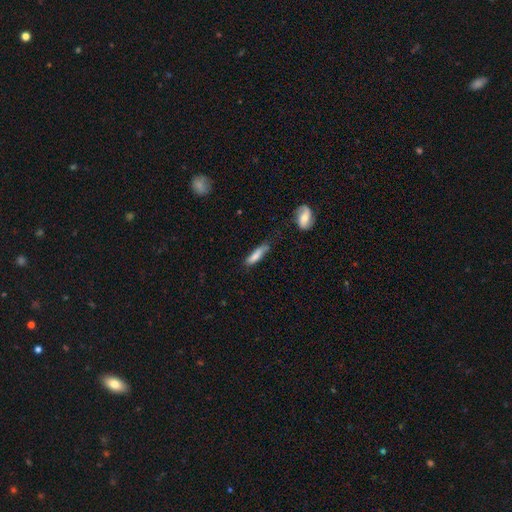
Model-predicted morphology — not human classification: smooth_or_featured: smooth (p=0.76) [alt: featured or disk p=0.18]
how_rounded: cigar-shaped (p=0.71) [alt: in between p=0.27]
merging: none (p=0.52) [alt: minor disturbance p=0.32]